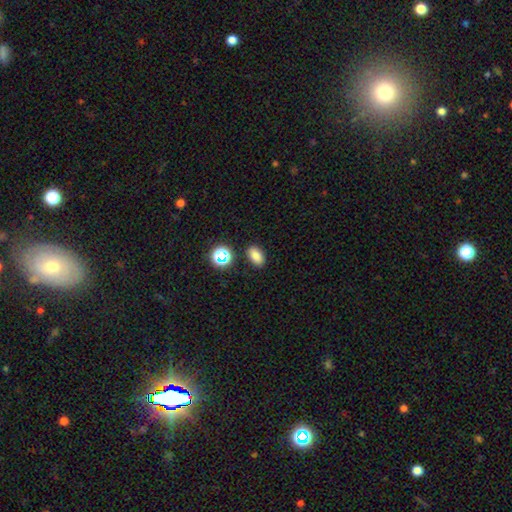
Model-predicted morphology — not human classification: This appears to be a smooth galaxy with no disk features (79%) that is in between round and cigar-shaped (86%). Merging: none (86%).